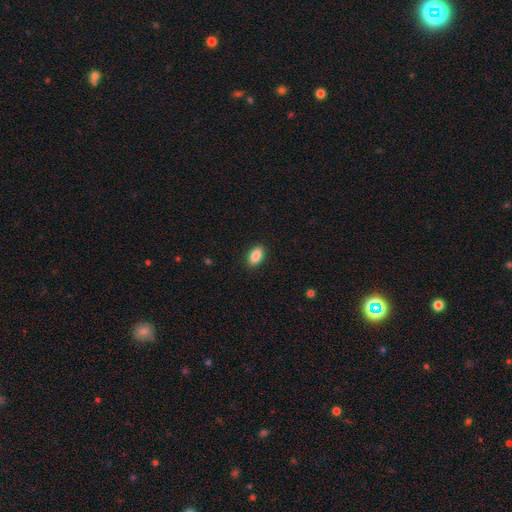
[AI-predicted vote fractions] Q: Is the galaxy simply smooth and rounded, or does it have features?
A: smooth — 88%.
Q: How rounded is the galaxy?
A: in between — 91%.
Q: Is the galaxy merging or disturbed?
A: none — 89%.